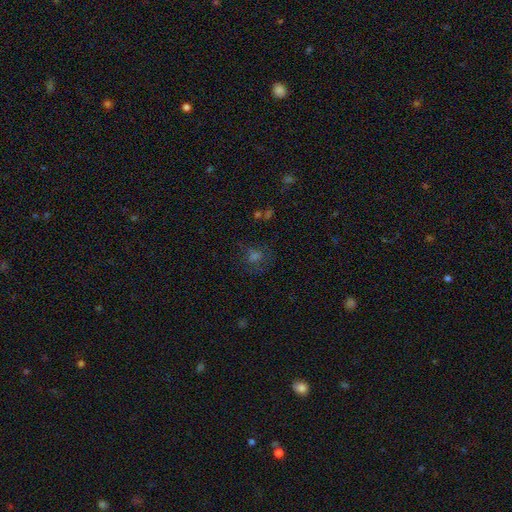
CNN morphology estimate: Smooth or featured: smooth — 42% (star or artifact — 38%)
Merging: none — 68% (minor disturbance — 16%)